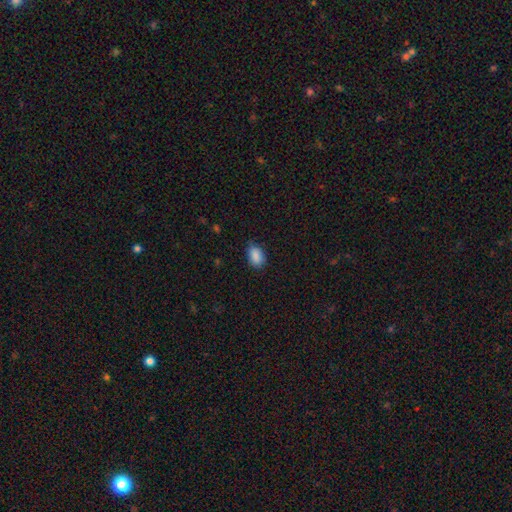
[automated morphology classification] This appears to be a smooth galaxy with no disk features (88%) that is in between round and cigar-shaped (84%). Merging: none (76%).